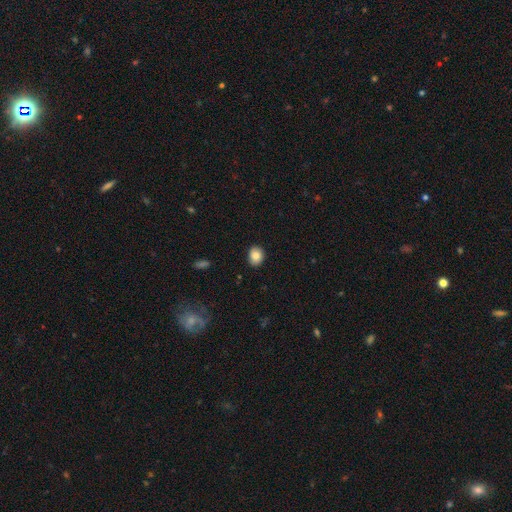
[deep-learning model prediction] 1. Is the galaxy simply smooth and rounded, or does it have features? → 86% smooth, 8% star or artifact, 5% featured or disk.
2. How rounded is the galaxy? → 51% in between, 48% round, 1% cigar-shaped.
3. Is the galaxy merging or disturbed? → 88% none, 9% minor disturbance, 2% major disturbance, 1% merger.